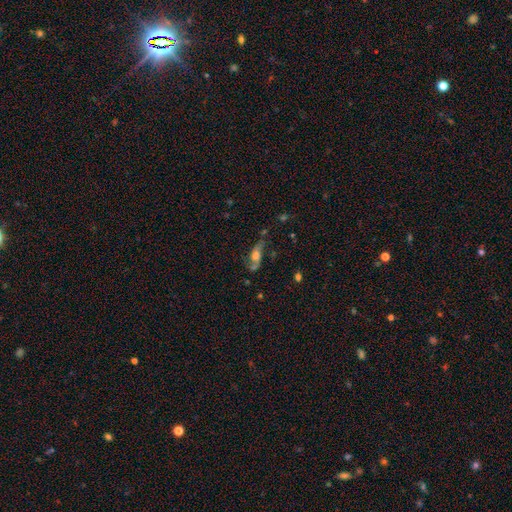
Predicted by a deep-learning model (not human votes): A featured or disk galaxy (58%).

Vote fractions:
- Smooth or featured? featured or disk: 58% / smooth: 29% / star or artifact: 12%
- Edge-on disk? no: 75% / yes: 25%
- Merging? none: 52% / minor disturbance: 23% / major disturbance: 18% / merger: 8%